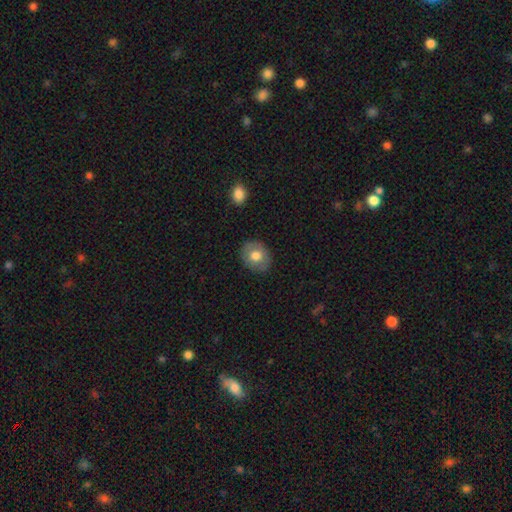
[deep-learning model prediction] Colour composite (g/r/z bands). It shows a smooth galaxy with no disk features (71%) that is round (57%). Merging: none (85%).